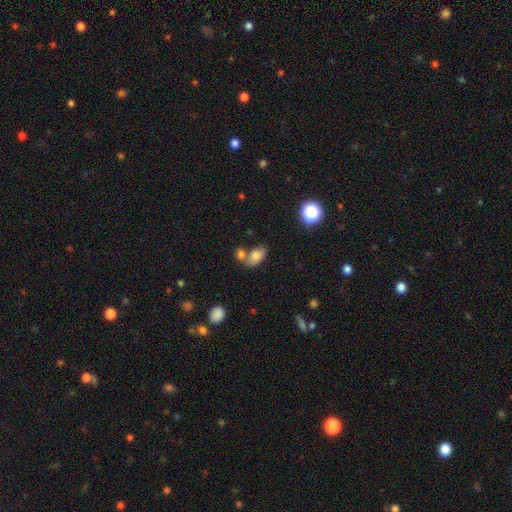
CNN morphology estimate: Smooth or featured? smooth (80%)
How rounded? in between (88%)
Merging? none (46%)